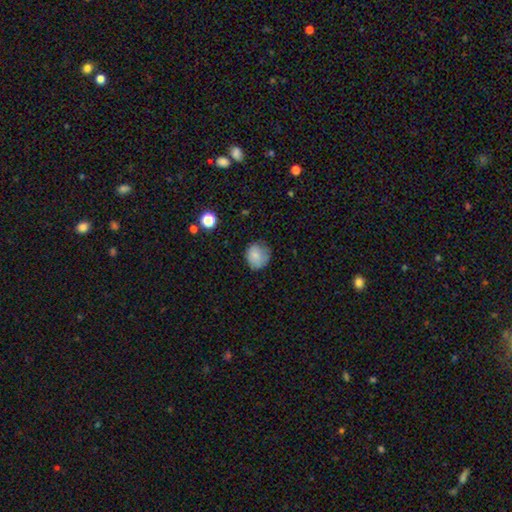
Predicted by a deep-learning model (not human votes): This is clearly a smooth galaxy (80%). How rounded: likely round (79%). Merging: likely none (66%).